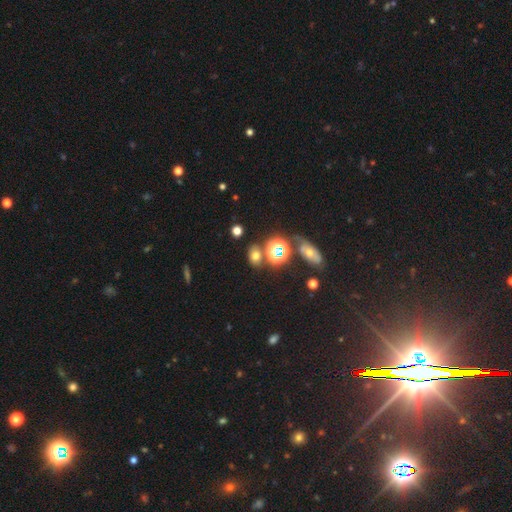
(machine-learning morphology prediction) The model was most divided on "how rounded": in between: 59%, round: 40%, cigar-shaped: 2%. More confident: merging — none (72%); smooth or featured — smooth (62%).